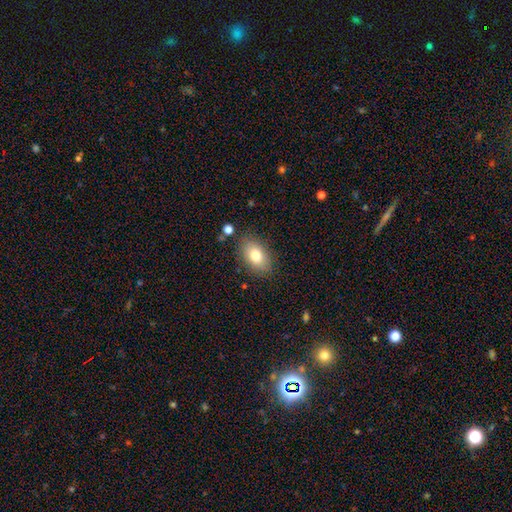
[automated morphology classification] The model was most divided on "smooth or featured": smooth: 78%, featured or disk: 14%, star or artifact: 8%. More confident: how rounded — in between (87%); merging — none (83%).